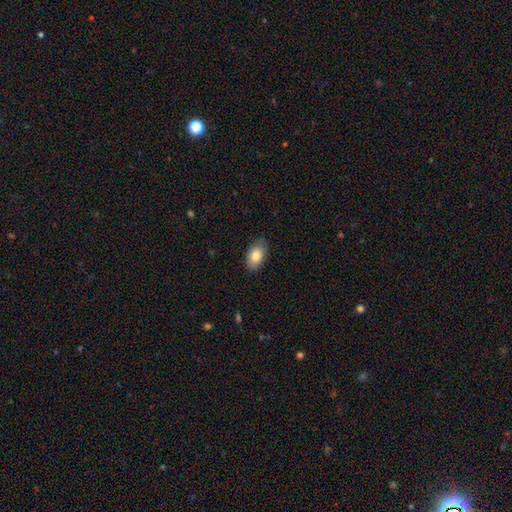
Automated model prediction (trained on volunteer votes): This is clearly a smooth galaxy (83%). How rounded: clearly in between (92%). Merging: clearly none (81%).